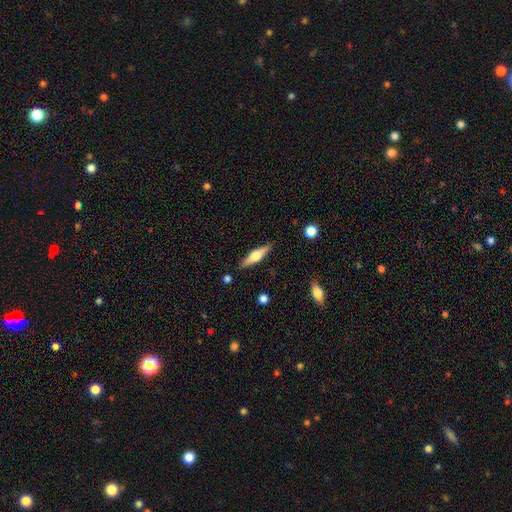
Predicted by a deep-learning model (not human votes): Smooth or featured?
  - featured or disk: 62% *
  - smooth: 32%
  - star or artifact: 6%
Edge-on disk?
  - yes: 96% *
  - no: 4%
Edge-on bulge?
  - rounded: 93% *
  - boxy: 5%
  - none: 2%
Merging?
  - none: 88% *
  - minor disturbance: 8%
  - major disturbance: 2%
  - merger: 2%